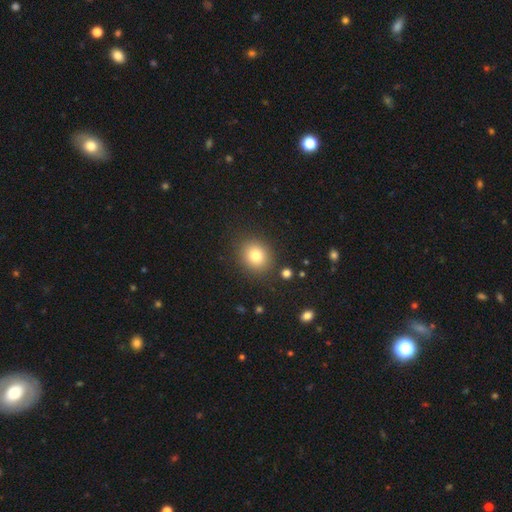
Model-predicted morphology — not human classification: This is clearly a smooth galaxy (81%). How rounded: likely round (70%). Merging: clearly none (86%).